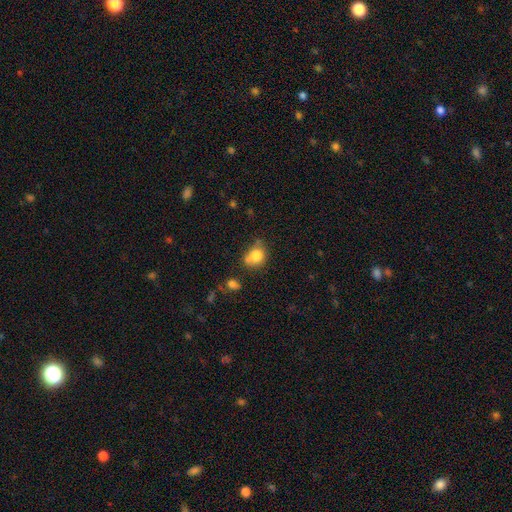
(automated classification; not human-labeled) smooth-or-featured: smooth: 78% | featured or disk: 11% | star or artifact: 11%
  how-rounded: round: 62% | in between: 37% | cigar-shaped: 1%
  merging: none: 46% | minor disturbance: 25% | merger: 21% | major disturbance: 9%